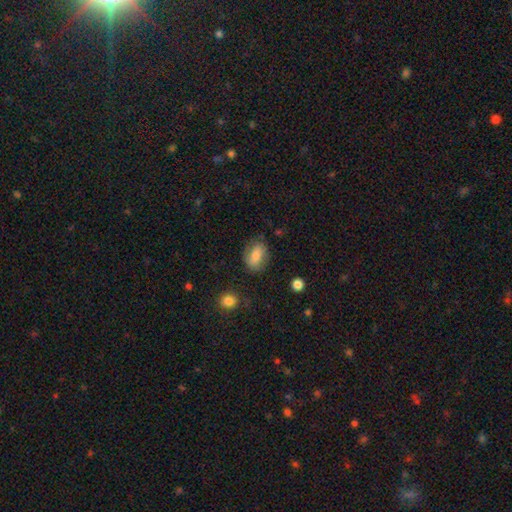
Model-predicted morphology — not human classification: A smooth galaxy with no disk features (72%) that is in between round and cigar-shaped (80%). Merging: none (73%).